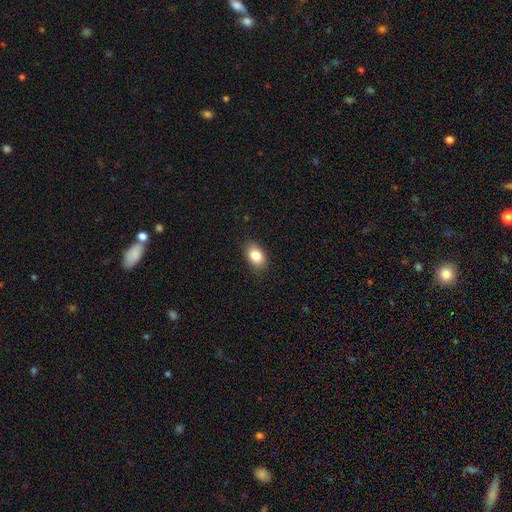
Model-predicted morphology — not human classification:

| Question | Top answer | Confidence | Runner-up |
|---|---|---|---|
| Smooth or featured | smooth | 84% | star or artifact (9%) |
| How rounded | in between | 84% | round (15%) |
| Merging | none | 87% | minor disturbance (10%) |